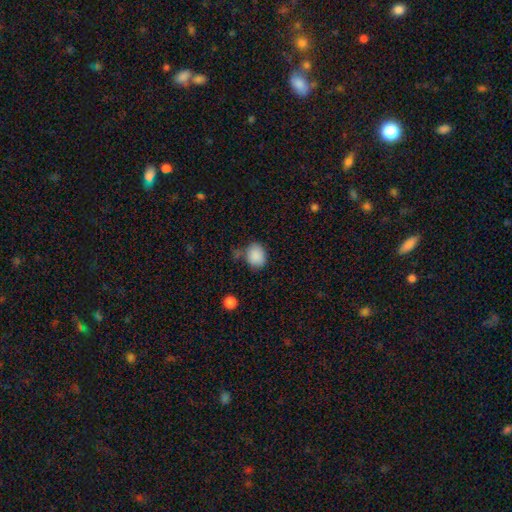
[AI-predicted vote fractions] A smooth galaxy with no disk features (87%) that is in between round and cigar-shaped (50%). Merging: none (66%).